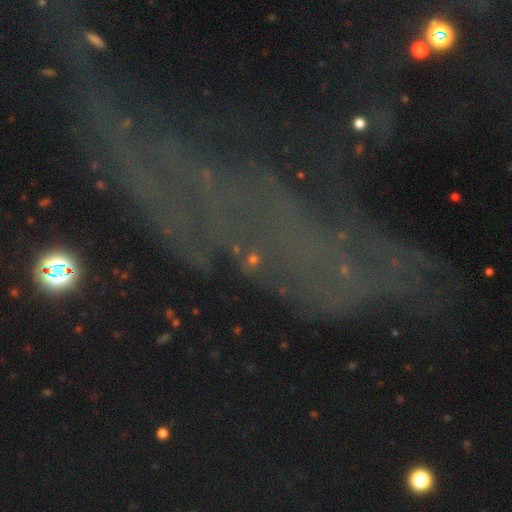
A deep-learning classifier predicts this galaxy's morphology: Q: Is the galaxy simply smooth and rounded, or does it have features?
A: star or artifact — 61%.